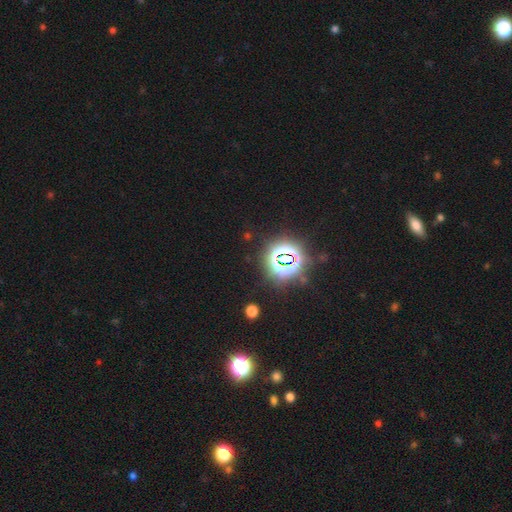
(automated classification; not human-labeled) smooth-or-featured: star or artifact: 84% | smooth: 10% | featured or disk: 6%